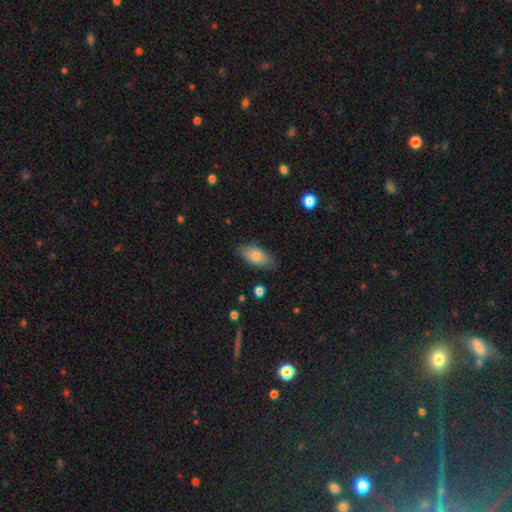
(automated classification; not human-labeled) Morphology: type=smooth (80%); roundness=in between (88%); merging=none (82%).